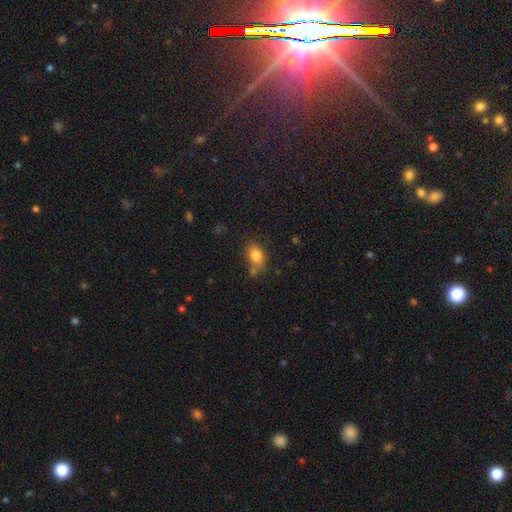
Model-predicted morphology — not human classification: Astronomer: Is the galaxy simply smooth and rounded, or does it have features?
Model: smooth — 82%.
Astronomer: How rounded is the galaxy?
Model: in between — 83%.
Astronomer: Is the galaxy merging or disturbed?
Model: none — 61%.